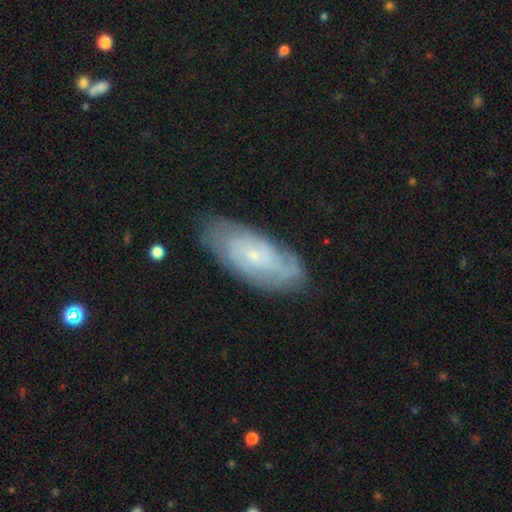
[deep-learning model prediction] featured or disk 70%, smooth 24%, star or artifact 7%. Down the decision tree: edge-on disk — no (91%); bar — no (72%); spiral arms — yes (88%); spiral arm count — can't tell (51%); spiral winding — tight (63%); bulge size — small (79%); merging — none (76%).